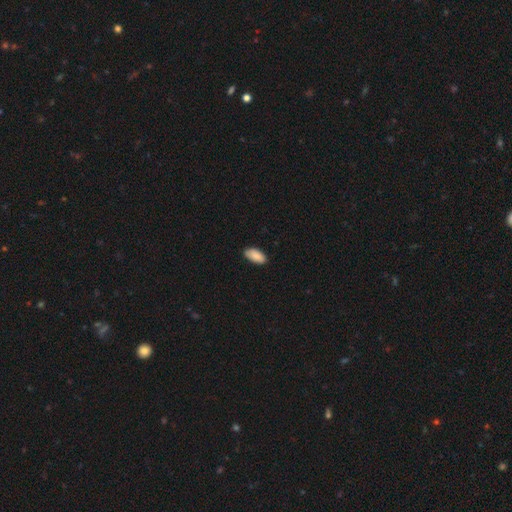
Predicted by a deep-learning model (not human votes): Morphology: type=smooth (89%); roundness=in between (94%); merging=none (84%).